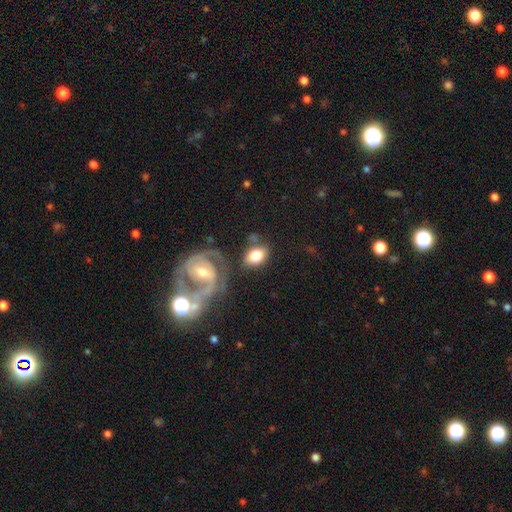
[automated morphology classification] Smooth or featured?
  - smooth: 71% *
  - featured or disk: 22%
  - star or artifact: 7%
How rounded?
  - in between: 82% *
  - round: 17%
  - cigar-shaped: 2%
Merging?
  - none: 58% *
  - minor disturbance: 18%
  - merger: 16%
  - major disturbance: 9%